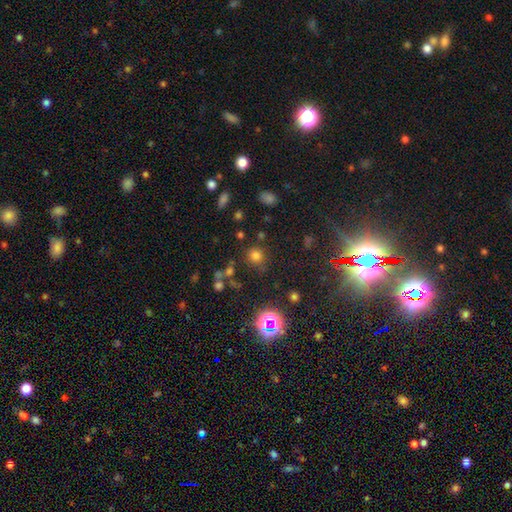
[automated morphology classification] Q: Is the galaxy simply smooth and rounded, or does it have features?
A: smooth — 70%.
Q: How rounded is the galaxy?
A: round — 89%.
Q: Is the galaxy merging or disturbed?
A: none — 77%.